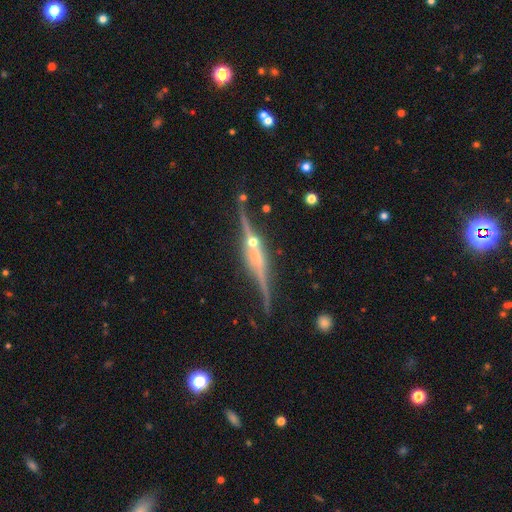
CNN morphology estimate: A featured or disk galaxy (85%) viewed edge-on (97%) with a rounded central bulge (74%). Merging: none (79%).